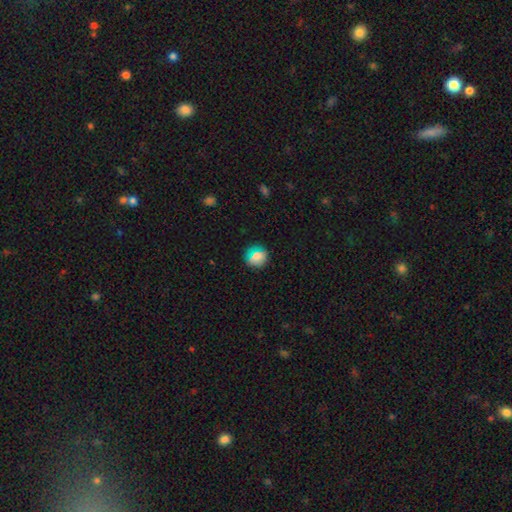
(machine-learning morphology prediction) Smooth or featured: smooth — 76% (star or artifact — 16%)
How rounded: round — 90% (in between — 9%)
Merging: none — 87% (minor disturbance — 9%)